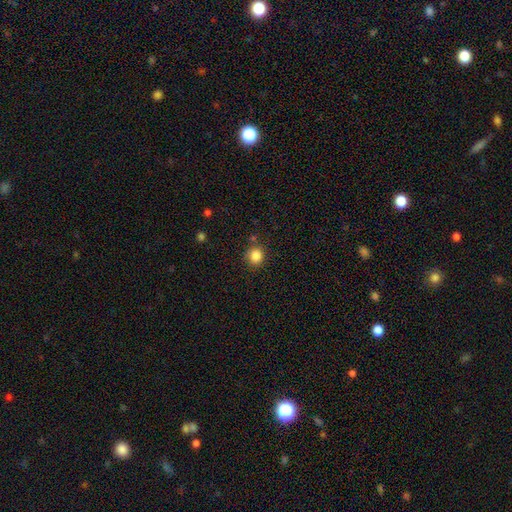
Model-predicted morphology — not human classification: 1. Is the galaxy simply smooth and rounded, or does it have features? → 84% smooth, 11% star or artifact, 5% featured or disk.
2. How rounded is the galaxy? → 83% round, 16% in between, 1% cigar-shaped.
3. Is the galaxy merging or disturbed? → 81% none, 11% minor disturbance, 4% merger, 3% major disturbance.